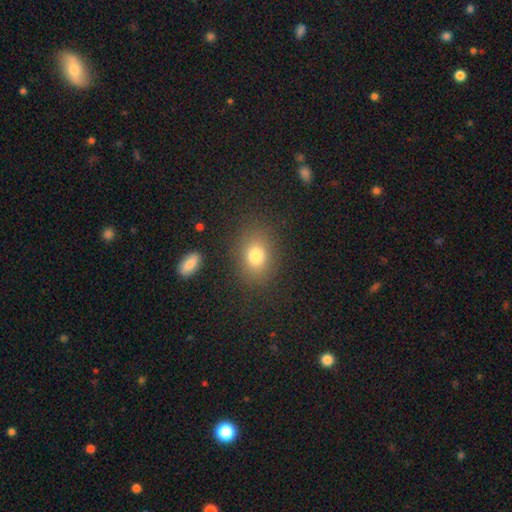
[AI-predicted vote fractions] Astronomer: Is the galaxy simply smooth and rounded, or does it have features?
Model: smooth — 78%.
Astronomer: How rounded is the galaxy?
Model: in between — 67%.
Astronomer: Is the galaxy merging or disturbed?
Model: none — 82%.